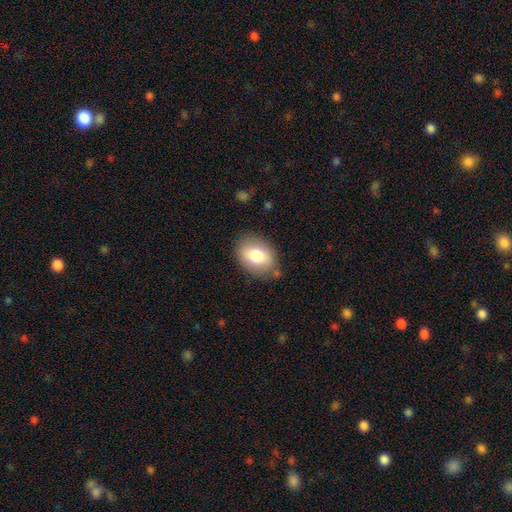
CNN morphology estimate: Smooth or featured? smooth (78%)
How rounded? in between (75%)
Merging? none (80%)